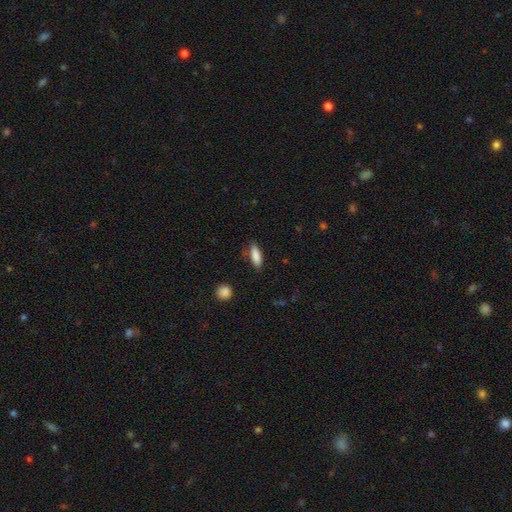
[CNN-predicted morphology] type=smooth (85%); roundness=in between (58%); merging=none (81%).